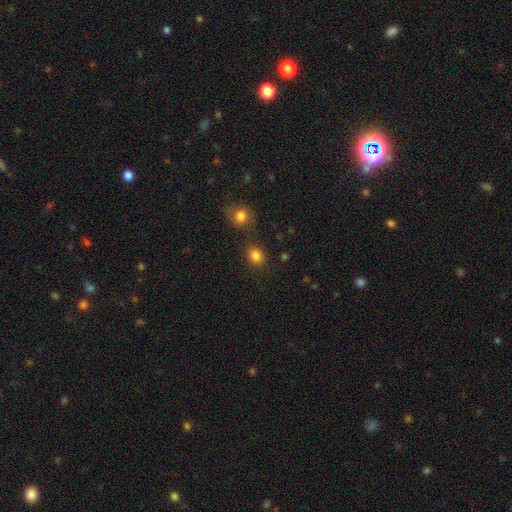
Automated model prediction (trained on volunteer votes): Morphology: type=smooth (83%); roundness=round (62%); merging=none (72%).